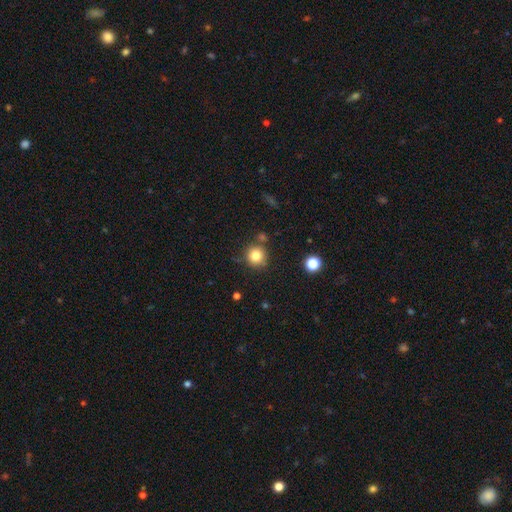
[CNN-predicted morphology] A smooth galaxy with no disk features (82%) that is round (92%). Merging: none (78%).